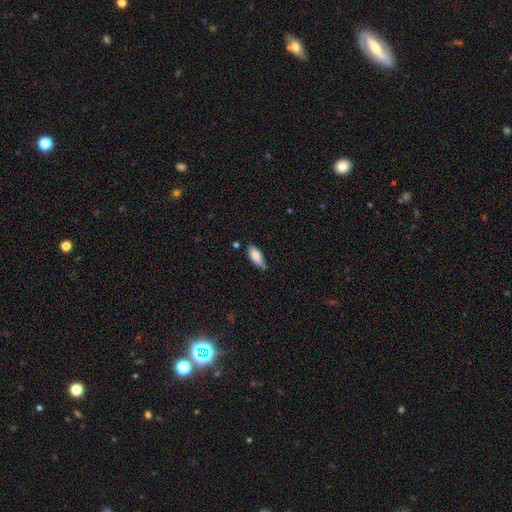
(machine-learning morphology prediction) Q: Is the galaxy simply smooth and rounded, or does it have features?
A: smooth — 83%.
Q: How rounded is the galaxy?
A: in between — 79%.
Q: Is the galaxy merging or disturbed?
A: none — 67%.